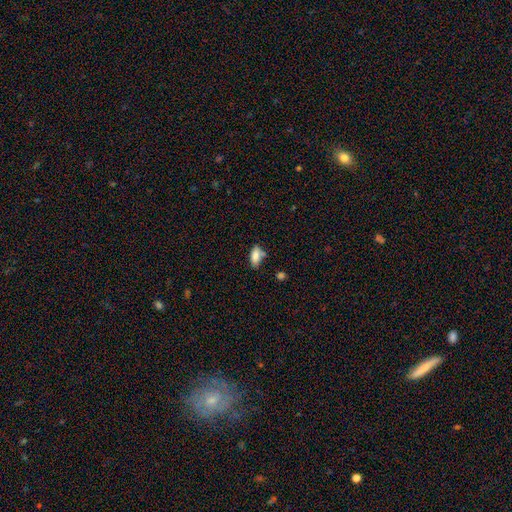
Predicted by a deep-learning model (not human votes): The model was most divided on "merging": none: 61%, minor disturbance: 23%, merger: 11%, major disturbance: 5%. More confident: how rounded — in between (89%); smooth or featured — smooth (83%).